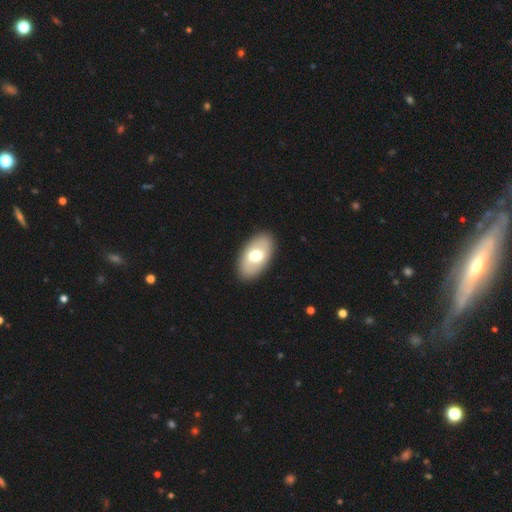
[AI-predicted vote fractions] smooth_or_featured: smooth (p=0.63) [alt: featured or disk p=0.31]
how_rounded: in between (p=0.94) [alt: round p=0.04]
merging: none (p=0.89) [alt: minor disturbance p=0.08]